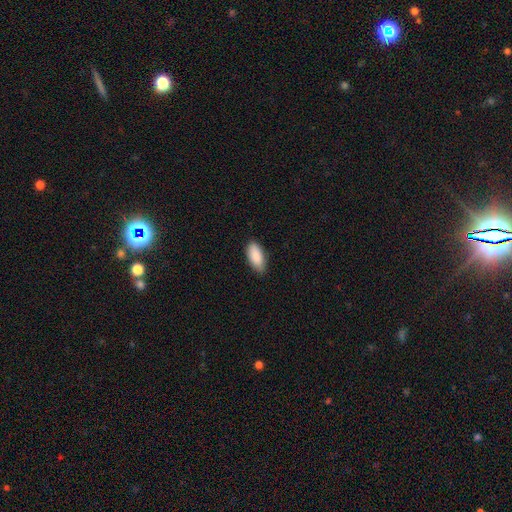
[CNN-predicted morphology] A smooth galaxy with no disk features (90%) that is in between round and cigar-shaped (89%).

Vote fractions:
- Smooth or featured? smooth: 90% / star or artifact: 6% / featured or disk: 4%
- How rounded? in between: 89% / cigar-shaped: 9% / round: 2%
- Merging? none: 84% / minor disturbance: 13% / major disturbance: 2% / merger: 1%